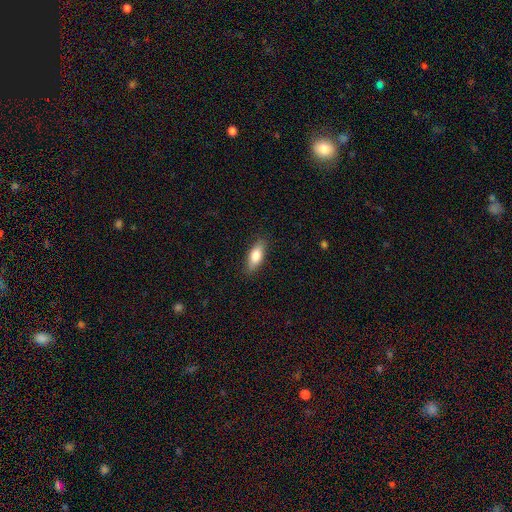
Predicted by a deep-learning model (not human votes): A smooth galaxy with no disk features (77%) that is in between round and cigar-shaped (70%). Merging: none (86%).